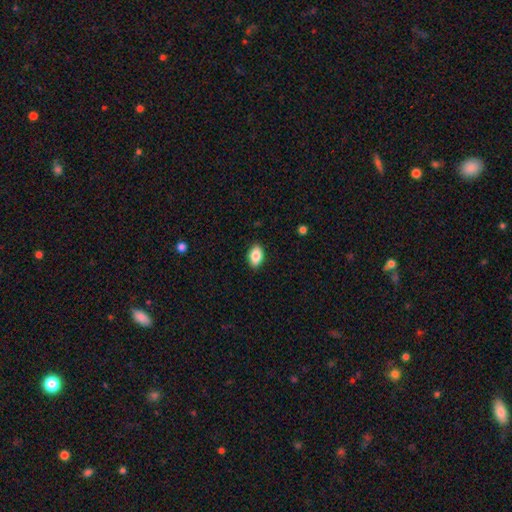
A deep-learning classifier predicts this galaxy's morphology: Overall: smooth (85%). How rounded: in between (90%). Merging: none (89%).